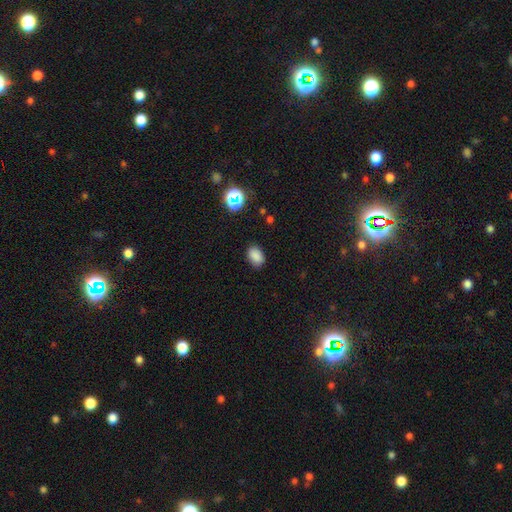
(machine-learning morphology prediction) Smooth or featured: smooth — 85% (star or artifact — 12%)
How rounded: in between — 82% (round — 17%)
Merging: none — 85% (minor disturbance — 11%)